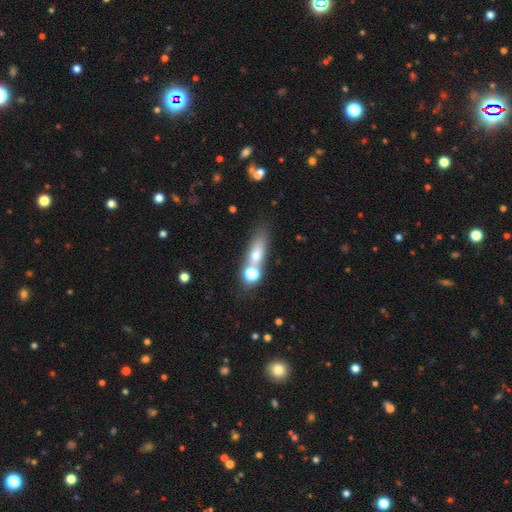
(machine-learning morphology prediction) This appears to be a smooth galaxy with no disk features (62%) that is in between round and cigar-shaped (44%). Merging: none (51%).